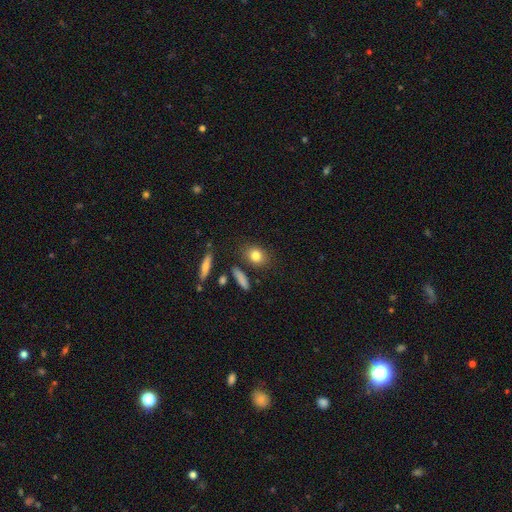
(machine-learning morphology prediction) A smooth galaxy with no disk features (81%) that is round (48%, tied with in between). Merging: none (81%).